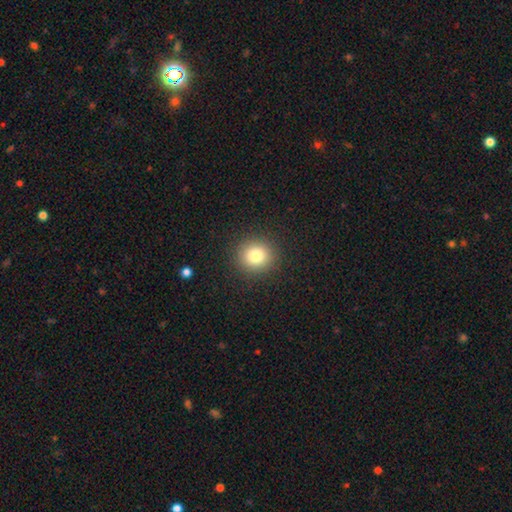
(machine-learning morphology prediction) smooth_or_featured: smooth (p=0.81) [alt: star or artifact p=0.12]
how_rounded: round (p=0.87) [alt: in between p=0.12]
merging: none (p=0.91) [alt: minor disturbance p=0.06]